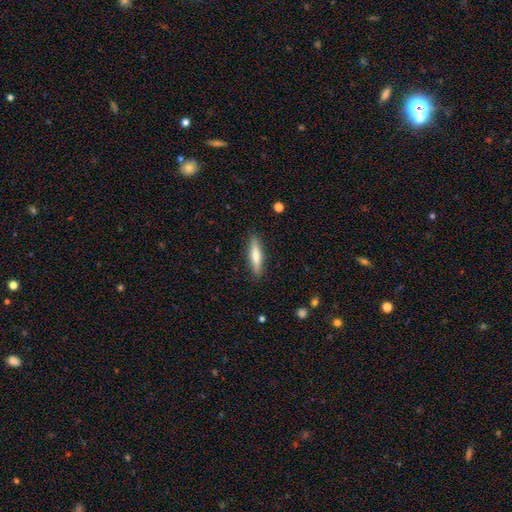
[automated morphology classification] type=smooth (71%); roundness=cigar-shaped (78%); merging=none (88%).